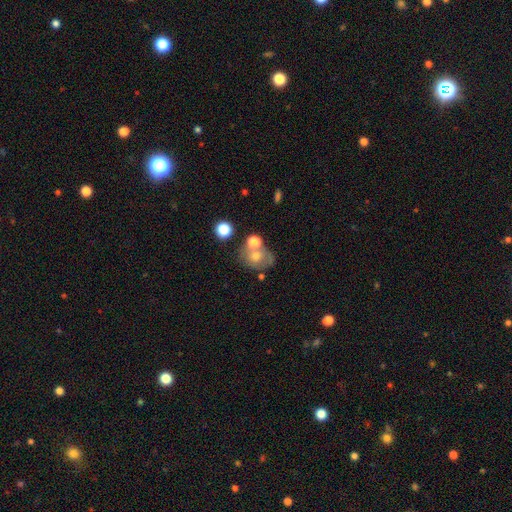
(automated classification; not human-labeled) Smooth or featured? Predicted: smooth (p=0.52). How rounded? Predicted: round (p=0.54). Merging? Predicted: none (p=0.46).